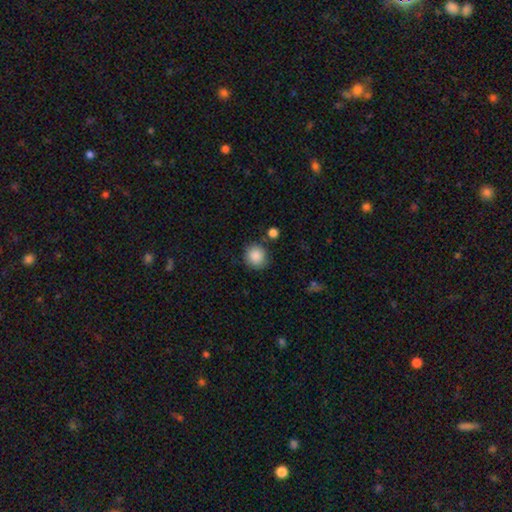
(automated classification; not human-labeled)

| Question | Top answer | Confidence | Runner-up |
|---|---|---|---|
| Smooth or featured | smooth | 88% | star or artifact (8%) |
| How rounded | round | 86% | in between (13%) |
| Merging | none | 83% | minor disturbance (10%) |